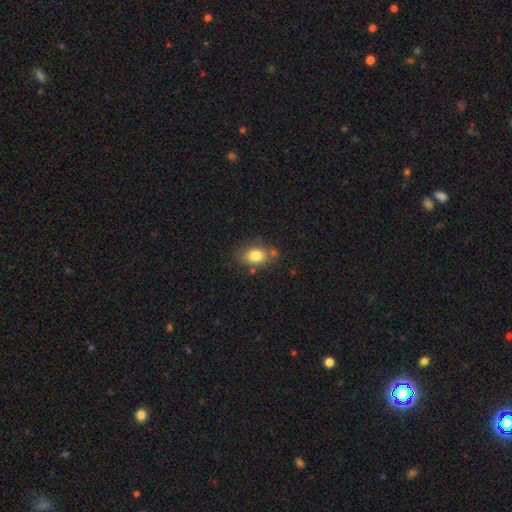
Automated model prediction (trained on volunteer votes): smooth-or-featured: smooth: 81% | featured or disk: 10% | star or artifact: 9%
  how-rounded: in between: 72% | round: 26% | cigar-shaped: 1%
  merging: none: 68% | minor disturbance: 17% | merger: 10% | major disturbance: 5%